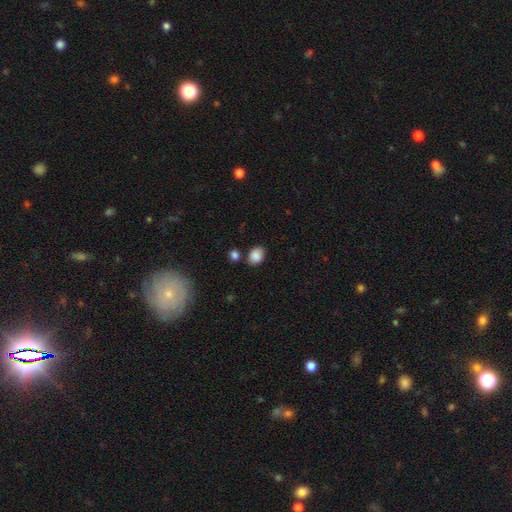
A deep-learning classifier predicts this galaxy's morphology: Smooth or featured?
  - smooth: 87% *
  - star or artifact: 9%
  - featured or disk: 4%
How rounded?
  - in between: 59% *
  - round: 40%
  - cigar-shaped: 1%
Merging?
  - none: 76% *
  - minor disturbance: 13%
  - merger: 8%
  - major disturbance: 3%